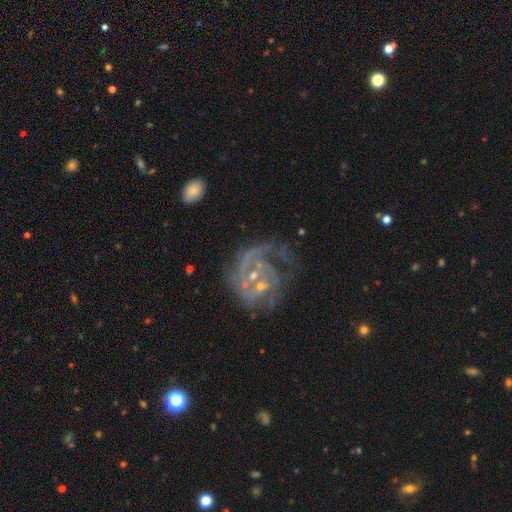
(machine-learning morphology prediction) Smooth or featured?
  - featured or disk: 83% *
  - star or artifact: 9%
  - smooth: 8%
Edge-on disk?
  - no: 98% *
  - yes: 2%
Bar?
  - no: 61% *
  - weak: 31%
  - strong: 8%
Spiral arms?
  - yes: 87% *
  - no: 13%
Spiral winding?
  - medium: 41% *
  - tight: 37%
  - loose: 23%
Spiral arm count?
  - 2: 31% *
  - can't tell: 26%
  - 1: 19%
  - 3: 13%
  - 4: 5%
  - more than 4: 5%
Bulge size?
  - small: 65% *
  - moderate: 21%
  - none: 11%
  - large: 2%
  - dominant: 1%
Merging?
  - none: 37% *
  - major disturbance: 30%
  - minor disturbance: 17%
  - merger: 16%